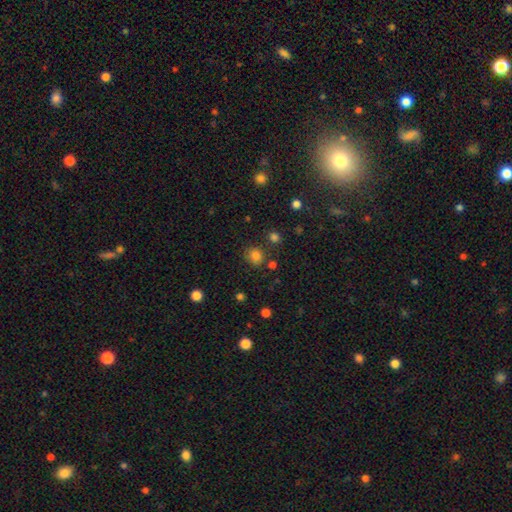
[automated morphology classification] Smooth or featured? Predicted: smooth (p=0.79). How rounded? Predicted: round (p=0.78). Merging? Predicted: none (p=0.76).